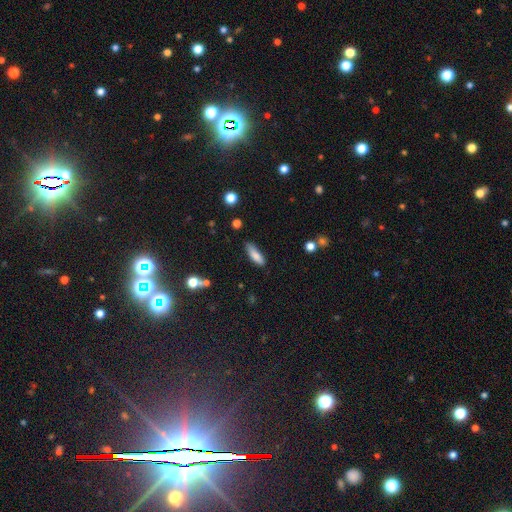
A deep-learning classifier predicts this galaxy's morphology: The model was most divided on "how rounded": in between: 51%, cigar-shaped: 47%, round: 2%. More confident: smooth or featured — smooth (81%); merging — none (74%).